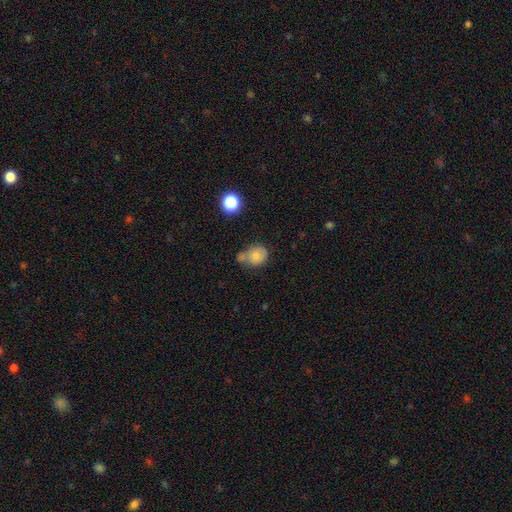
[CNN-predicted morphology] smooth_or_featured: smooth (p=0.76) [alt: featured or disk p=0.13]
how_rounded: round (p=0.59) [alt: in between p=0.40]
merging: none (p=0.42) [alt: merger p=0.30]